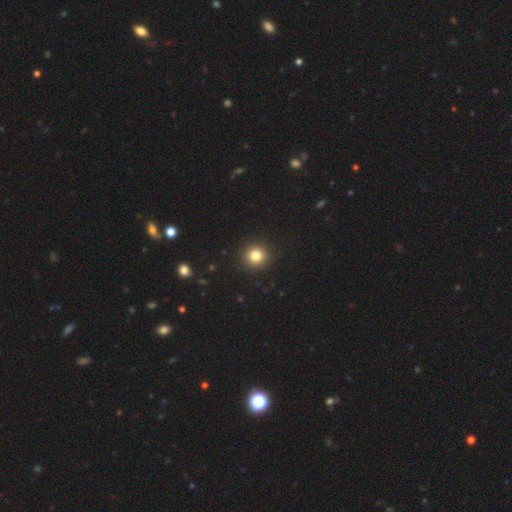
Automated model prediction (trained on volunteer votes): A smooth galaxy with no disk features (81%) that is round (94%). Merging: none (93%).